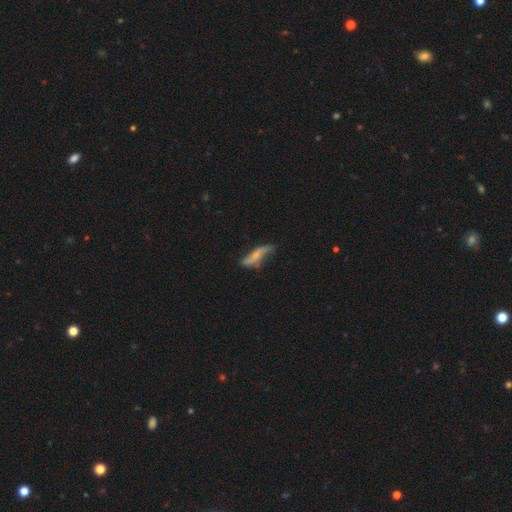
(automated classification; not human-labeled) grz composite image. It shows a featured or disk galaxy (49%). Merging: none (47%).